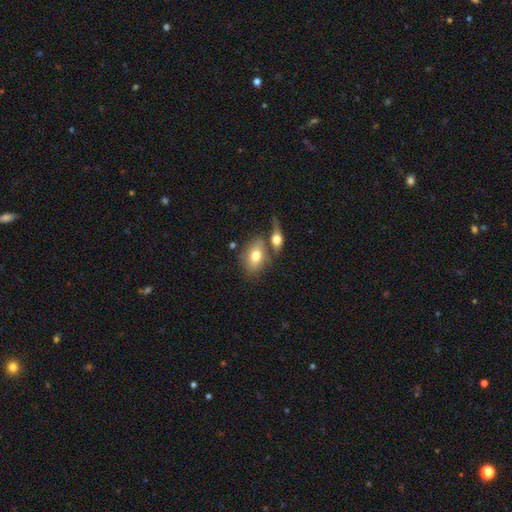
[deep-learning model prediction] smooth-or-featured: smooth: 72% | featured or disk: 20% | star or artifact: 7%
  how-rounded: in between: 81% | round: 16% | cigar-shaped: 3%
  merging: none: 48% | merger: 33% | minor disturbance: 13% | major disturbance: 6%